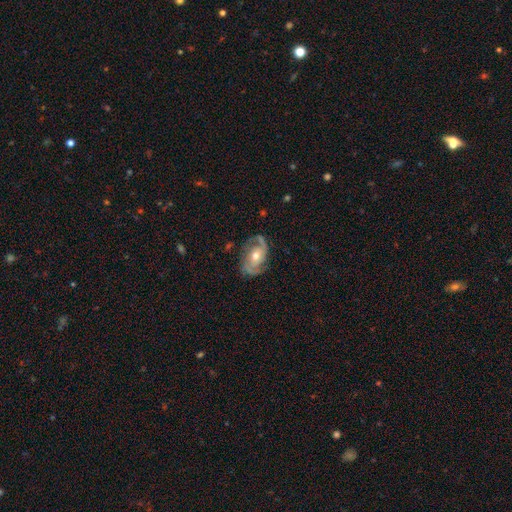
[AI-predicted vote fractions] Overall: featured or disk (86%). Edge-on disk: no (96%). Bar: no (62%; weak 29%). Spiral arms: yes (95%). Spiral arm count: 2 (85%). Spiral winding: medium (49%; tight 30%). Bulge size: moderate (72%). Merging: none (75%).